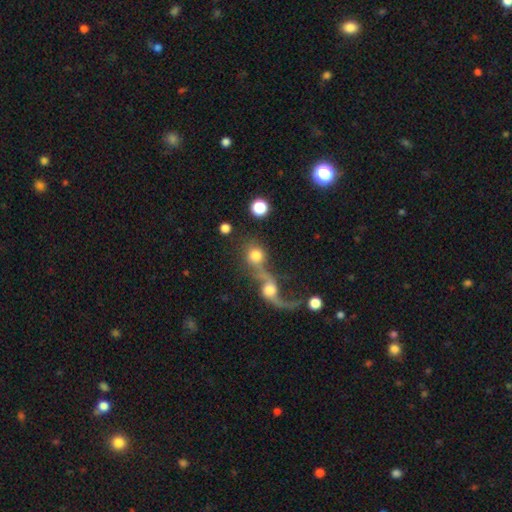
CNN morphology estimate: This is likely a smooth galaxy (69%). How rounded: clearly round (83%). Merging: possibly merger (57%).